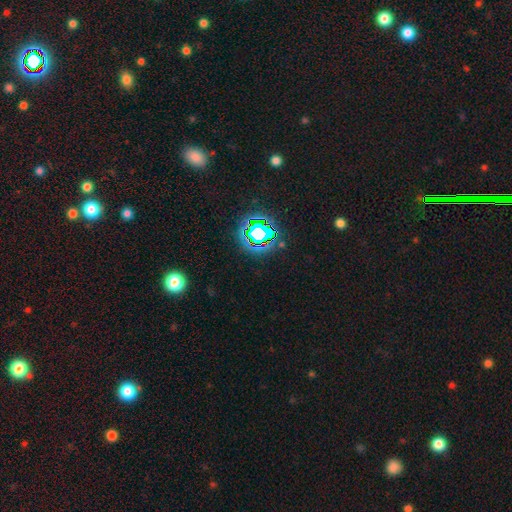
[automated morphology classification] type=star or artifact (76%).